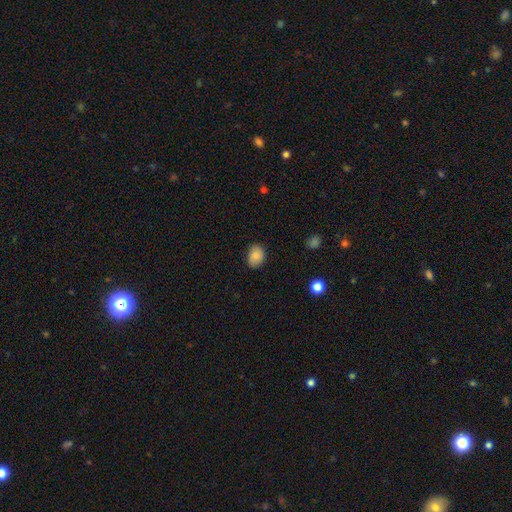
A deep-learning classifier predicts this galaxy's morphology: type=smooth (80%); roundness=in between (66%); merging=none (79%).